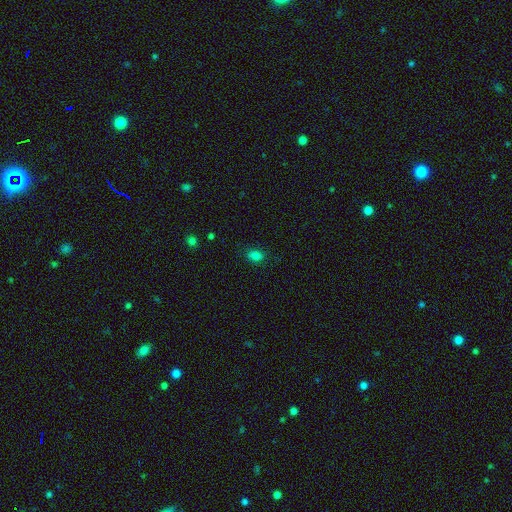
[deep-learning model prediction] Smooth or featured: smooth — 79% (star or artifact — 16%)
How rounded: in between — 66% (round — 33%)
Merging: none — 83% (minor disturbance — 13%)